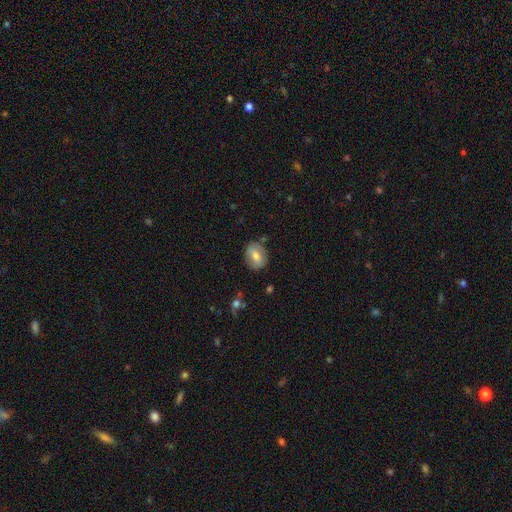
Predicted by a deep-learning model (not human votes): smooth-or-featured: smooth: 69% | featured or disk: 24% | star or artifact: 8%
  how-rounded: in between: 55% | round: 44% | cigar-shaped: 1%
  merging: none: 80% | minor disturbance: 14% | major disturbance: 3% | merger: 3%